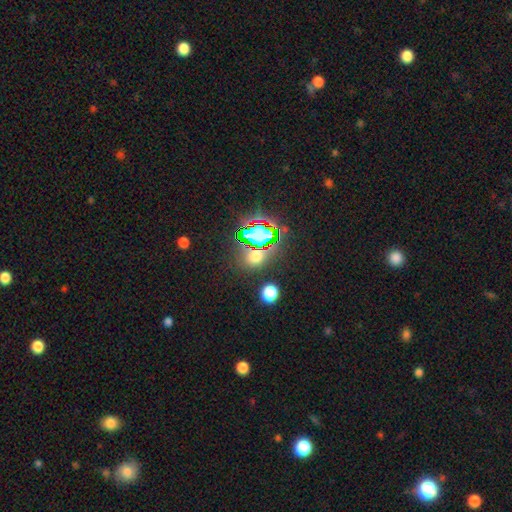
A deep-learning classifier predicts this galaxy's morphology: Q: Smooth or featured?
A: star or artifact (67%); runner-up: smooth (26%)